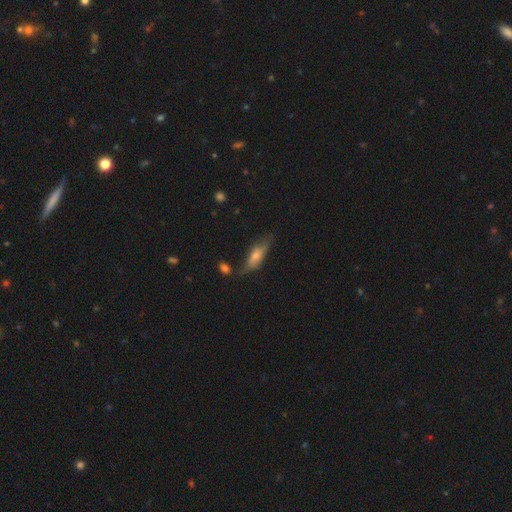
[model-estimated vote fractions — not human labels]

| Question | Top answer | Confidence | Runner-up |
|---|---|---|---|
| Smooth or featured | smooth | 52% | featured or disk (39%) |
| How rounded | in between | 53% | cigar-shaped (44%) |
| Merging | none | 58% | minor disturbance (27%) |